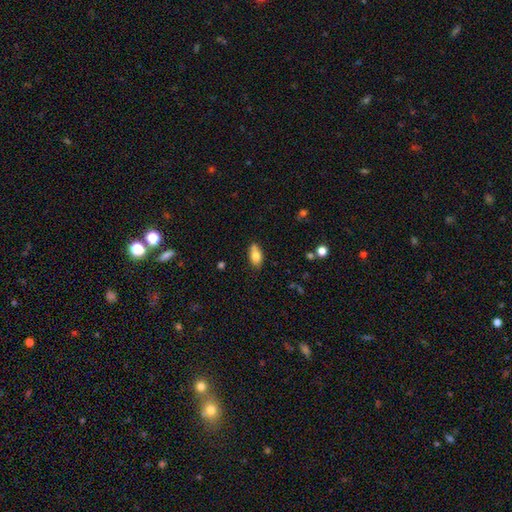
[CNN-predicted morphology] A smooth galaxy with no disk features (80%) that is in between round and cigar-shaped (88%). Merging: none (67%).